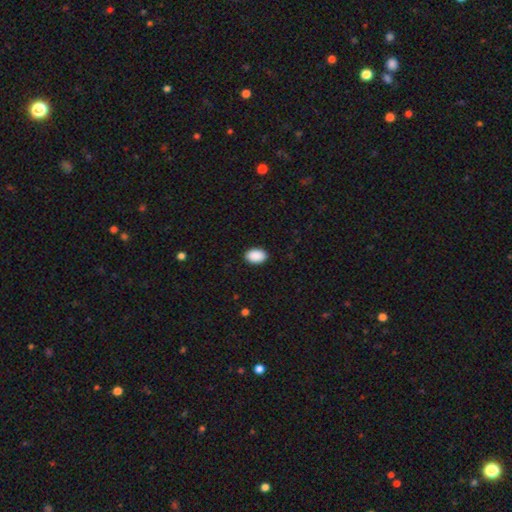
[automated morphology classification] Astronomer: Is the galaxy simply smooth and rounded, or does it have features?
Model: smooth — 91%.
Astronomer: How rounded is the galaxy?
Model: in between — 89%.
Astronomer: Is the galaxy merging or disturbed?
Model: none — 90%.